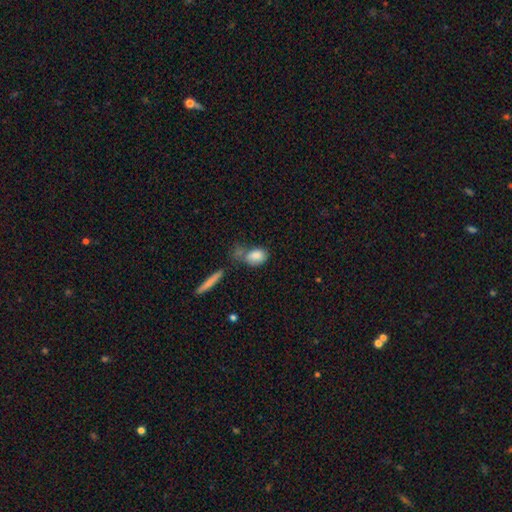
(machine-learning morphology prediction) Smooth or featured? smooth (83%)
How rounded? in between (80%)
Merging? none (41%)